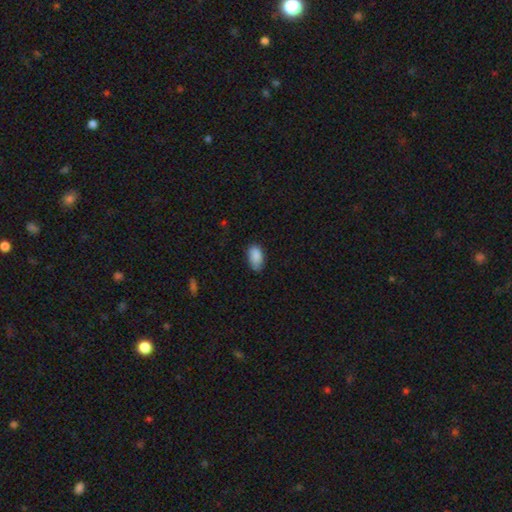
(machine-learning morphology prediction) smooth-or-featured: smooth: 88% | star or artifact: 7% | featured or disk: 4%
  how-rounded: in between: 94% | round: 4% | cigar-shaped: 2%
  merging: none: 72% | minor disturbance: 23% | major disturbance: 4% | merger: 1%